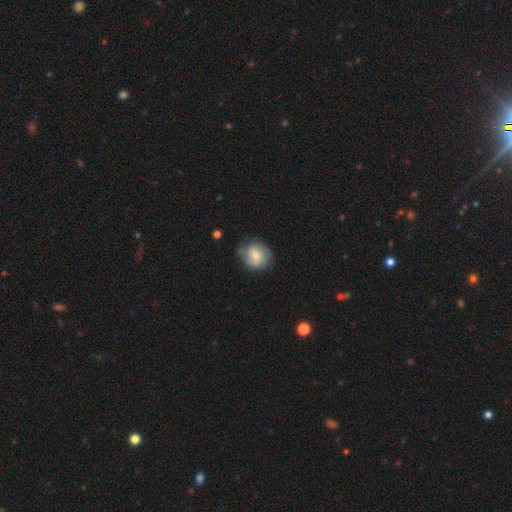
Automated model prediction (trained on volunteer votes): Smooth or featured: smooth — 52% (featured or disk — 41%)
How rounded: round — 77% (in between — 22%)
Merging: none — 64% (minor disturbance — 25%)